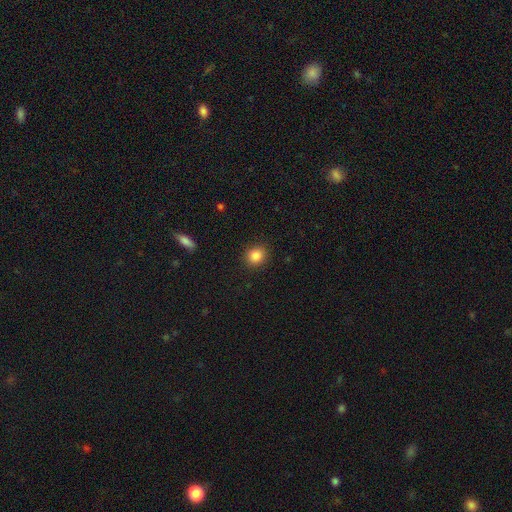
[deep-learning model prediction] A smooth galaxy with no disk features (86%) that is round (83%).

Vote fractions:
- Smooth or featured? smooth: 86% / star or artifact: 10% / featured or disk: 4%
- How rounded? round: 83% / in between: 16% / cigar-shaped: 1%
- Merging? none: 90% / minor disturbance: 7% / major disturbance: 2% / merger: 1%